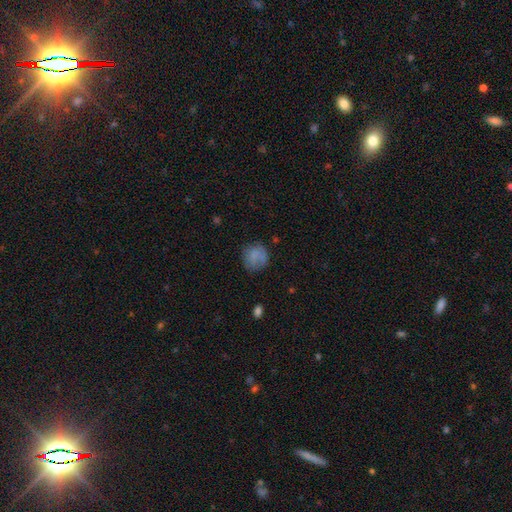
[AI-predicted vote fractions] Q: Smooth or featured?
A: smooth (76%); runner-up: featured or disk (15%)
Q: How rounded?
A: round (80%); runner-up: in between (19%)
Q: Merging?
A: none (66%); runner-up: minor disturbance (22%)